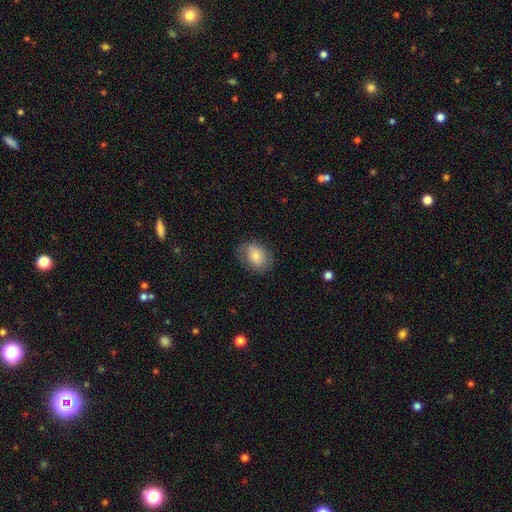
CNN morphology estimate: type=smooth (73%); roundness=in between (67%); merging=none (72%).